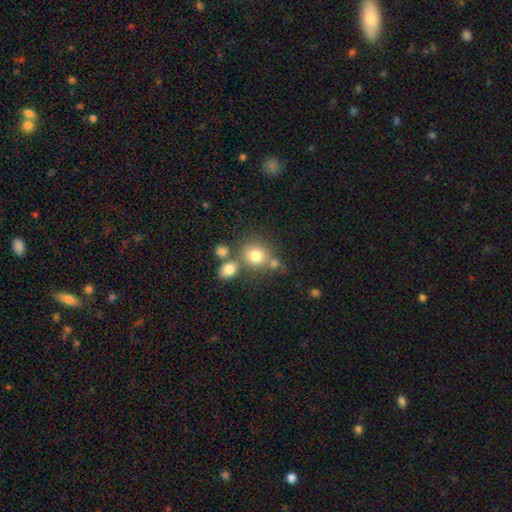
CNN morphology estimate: This is likely a smooth galaxy (77%). How rounded: clearly round (82%). Merging: possibly none (59%).